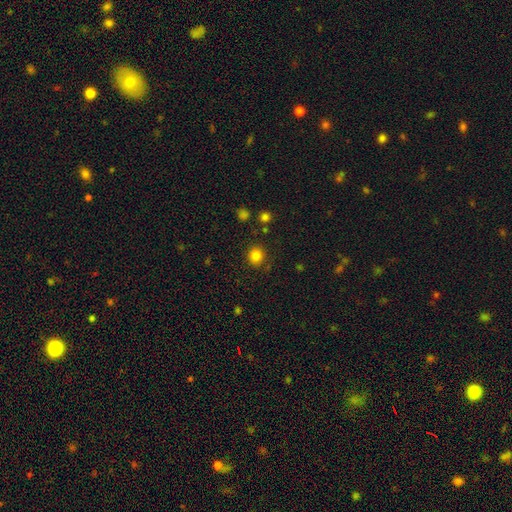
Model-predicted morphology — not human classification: smooth-or-featured: smooth: 83% | star or artifact: 12% | featured or disk: 5%
  how-rounded: round: 86% | in between: 13% | cigar-shaped: 1%
  merging: none: 86% | minor disturbance: 8% | major disturbance: 3% | merger: 3%